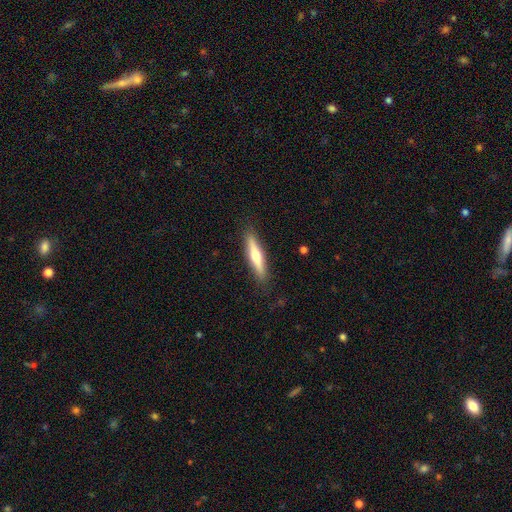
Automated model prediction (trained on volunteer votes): Smooth or featured? Predicted: smooth (p=0.48). Merging? Predicted: none (p=0.88).